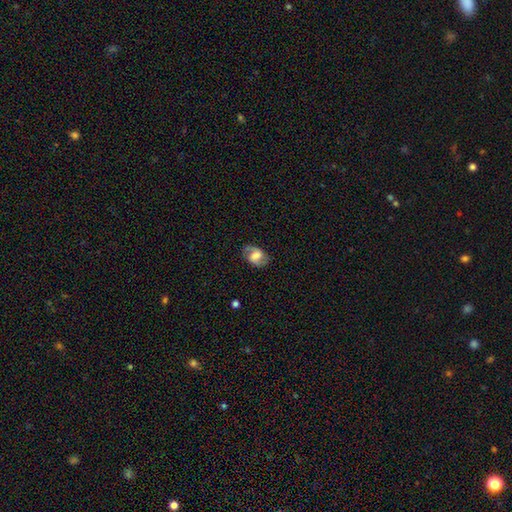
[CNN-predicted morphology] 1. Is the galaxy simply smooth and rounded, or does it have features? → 67% featured or disk, 25% smooth, 8% star or artifact.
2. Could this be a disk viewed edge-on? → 97% no, 3% yes.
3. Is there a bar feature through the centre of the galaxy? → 49% weak, 28% no, 23% strong.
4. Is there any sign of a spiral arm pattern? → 90% yes, 10% no.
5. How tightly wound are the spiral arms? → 50% medium, 30% loose, 20% tight.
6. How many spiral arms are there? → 89% 2, 5% can't tell, 3% 1, 1% 3, 1% 4, 1% more than 4.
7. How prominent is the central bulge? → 34% moderate, 32% large, 17% small, 13% none, 4% dominant.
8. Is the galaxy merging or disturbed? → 79% none, 14% minor disturbance, 5% major disturbance, 1% merger.